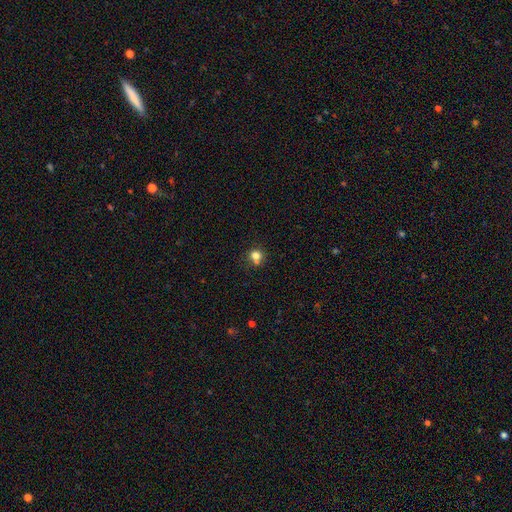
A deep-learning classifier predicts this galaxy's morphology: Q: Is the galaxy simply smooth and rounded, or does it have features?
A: smooth — 75%.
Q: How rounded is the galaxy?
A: round — 86%.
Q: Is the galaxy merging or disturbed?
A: none — 58%.